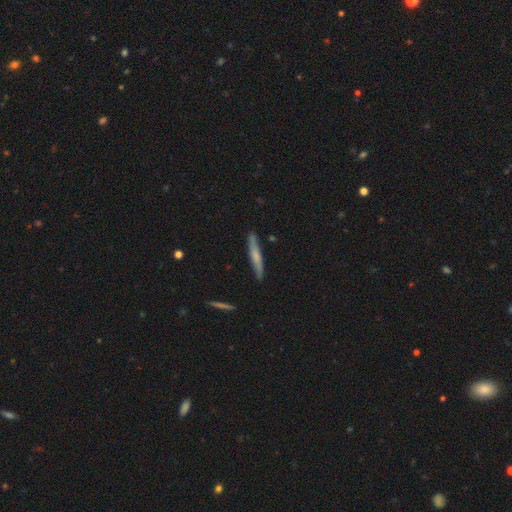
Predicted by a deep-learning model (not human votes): Smooth or featured?
  - smooth: 53% *
  - featured or disk: 41%
  - star or artifact: 6%
How rounded?
  - cigar-shaped: 94% *
  - in between: 4%
  - round: 1%
Merging?
  - none: 87% *
  - minor disturbance: 10%
  - major disturbance: 2%
  - merger: 2%